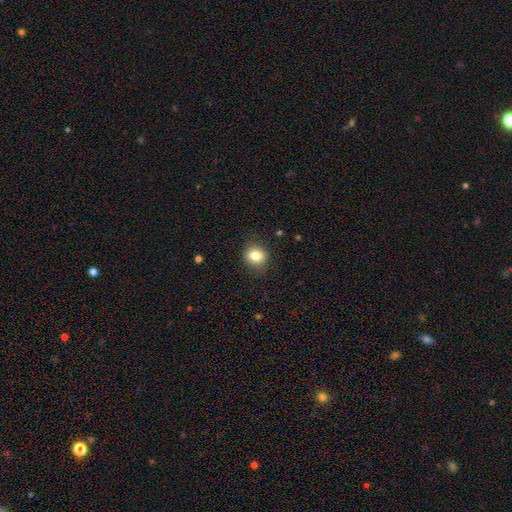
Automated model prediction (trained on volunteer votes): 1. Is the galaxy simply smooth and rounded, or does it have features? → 81% smooth, 11% star or artifact, 8% featured or disk.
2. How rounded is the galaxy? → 69% round, 30% in between, 1% cigar-shaped.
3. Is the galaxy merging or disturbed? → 86% none, 11% minor disturbance, 3% major disturbance, 1% merger.